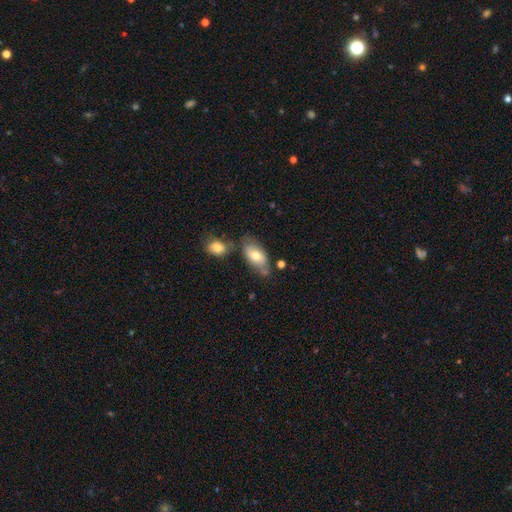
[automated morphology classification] smooth_or_featured: smooth (p=0.67) [alt: featured or disk p=0.27]
how_rounded: in between (p=0.91) [alt: cigar-shaped p=0.05]
merging: none (p=0.59) [alt: minor disturbance p=0.20]